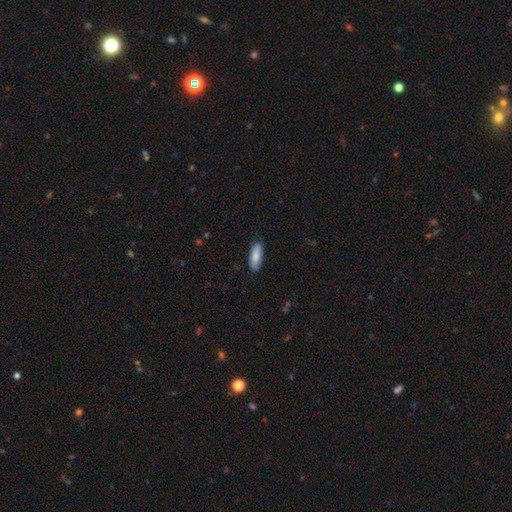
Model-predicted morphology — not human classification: Smooth or featured? smooth (83%)
How rounded? in between (68%)
Merging? none (87%)